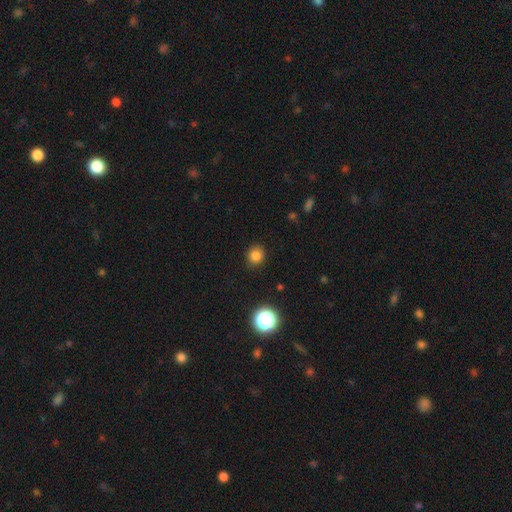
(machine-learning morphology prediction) Smooth or featured?
  - smooth: 81% *
  - star or artifact: 14%
  - featured or disk: 5%
How rounded?
  - round: 84% *
  - in between: 15%
  - cigar-shaped: 1%
Merging?
  - none: 89% *
  - minor disturbance: 8%
  - major disturbance: 2%
  - merger: 1%